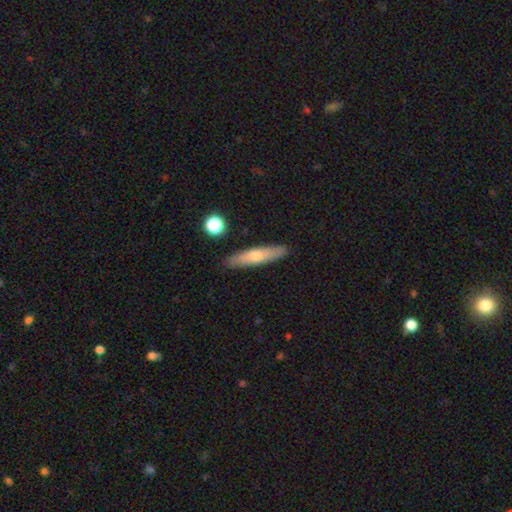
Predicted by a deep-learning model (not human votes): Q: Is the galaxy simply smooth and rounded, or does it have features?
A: smooth — 59%.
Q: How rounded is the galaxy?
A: cigar-shaped — 83%.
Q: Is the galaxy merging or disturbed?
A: none — 89%.